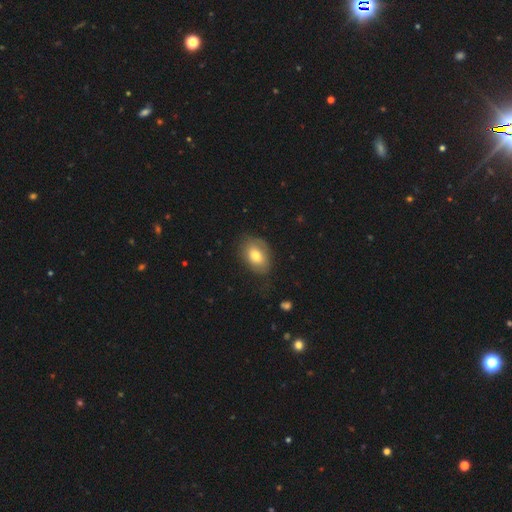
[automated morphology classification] Smooth or featured? smooth (72%)
How rounded? in between (82%)
Merging? none (67%)